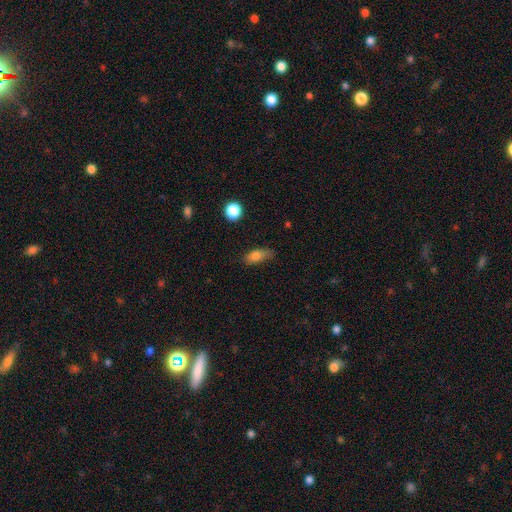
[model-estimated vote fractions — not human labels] smooth-or-featured: smooth: 79% | featured or disk: 11% | star or artifact: 9%
  how-rounded: in between: 76% | cigar-shaped: 17% | round: 7%
  merging: none: 62% | minor disturbance: 29% | major disturbance: 7% | merger: 2%